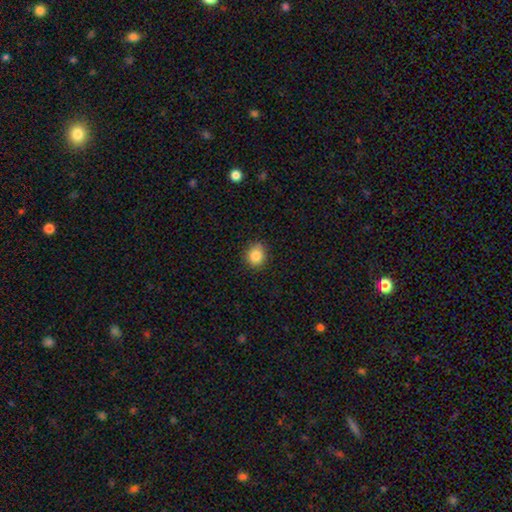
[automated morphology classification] A smooth galaxy with no disk features (85%) that is round (77%).

Vote fractions:
- Smooth or featured? smooth: 85% / star or artifact: 10% / featured or disk: 5%
- How rounded? round: 77% / in between: 22% / cigar-shaped: 1%
- Merging? none: 86% / minor disturbance: 11% / major disturbance: 2% / merger: 1%